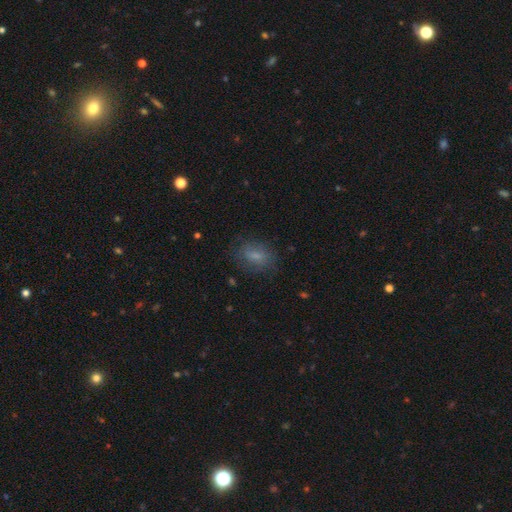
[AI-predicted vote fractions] smooth-or-featured: smooth: 70% | featured or disk: 19% | star or artifact: 11%
  how-rounded: in between: 77% | round: 17% | cigar-shaped: 6%
  merging: none: 73% | minor disturbance: 18% | major disturbance: 8% | merger: 1%